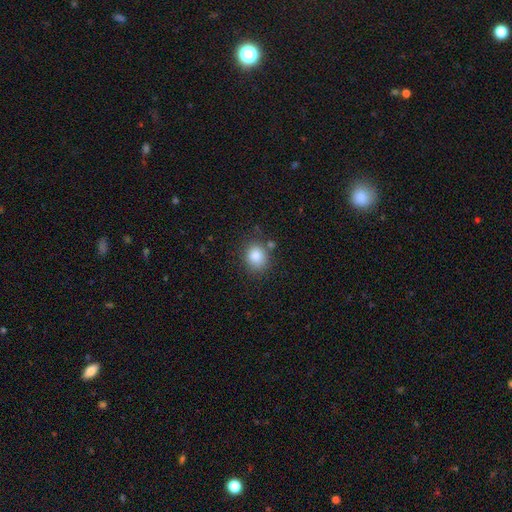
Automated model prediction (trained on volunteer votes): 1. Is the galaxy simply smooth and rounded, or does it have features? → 85% smooth, 10% star or artifact, 5% featured or disk.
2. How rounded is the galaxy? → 67% round, 32% in between, 1% cigar-shaped.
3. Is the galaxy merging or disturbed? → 75% none, 14% minor disturbance, 6% merger, 4% major disturbance.